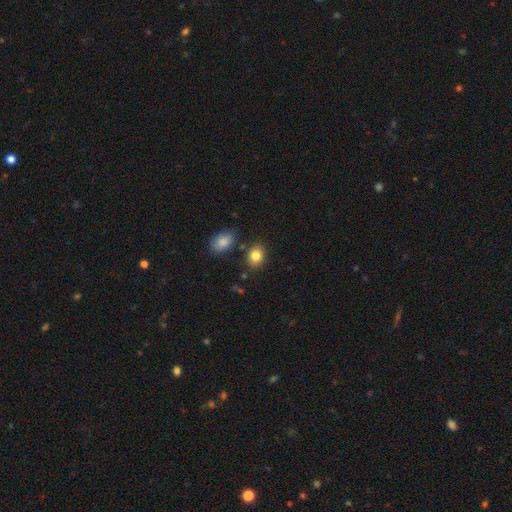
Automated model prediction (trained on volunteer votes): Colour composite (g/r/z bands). It shows a smooth galaxy with no disk features (84%) that is in between round and cigar-shaped (56%). Merging: none (80%).